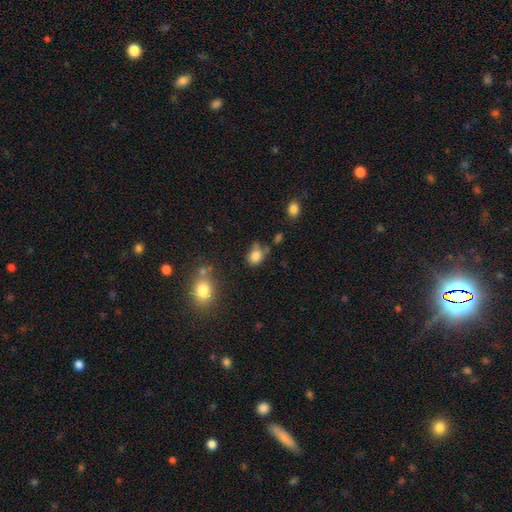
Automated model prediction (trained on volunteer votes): This is clearly a smooth galaxy (81%). How rounded: possibly in between (56%). Merging: possibly none (51%).